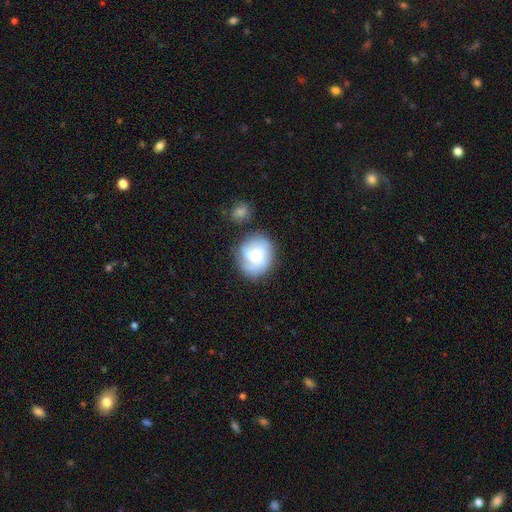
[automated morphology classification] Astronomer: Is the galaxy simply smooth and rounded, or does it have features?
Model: smooth — 53% (runner-up: featured or disk, 39%).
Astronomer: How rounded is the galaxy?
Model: round — 76%.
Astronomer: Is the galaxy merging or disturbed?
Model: none — 67%.